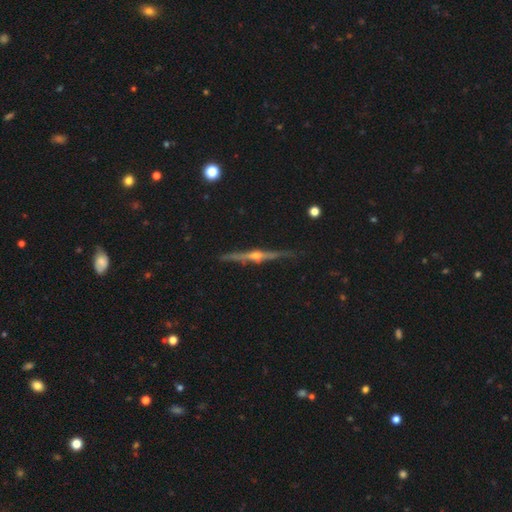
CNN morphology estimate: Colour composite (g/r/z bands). It shows a featured or disk galaxy (87%) viewed edge-on (98%) with a rounded central bulge (91%). Merging: none (90%).